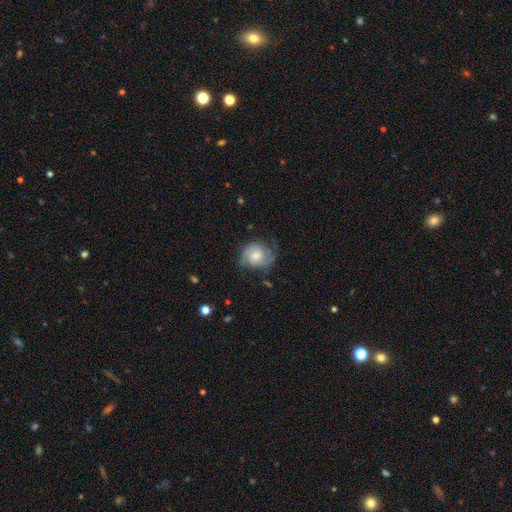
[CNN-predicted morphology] This appears to be a featured or disk galaxy (64%) with no bar (65%), 2 (73%) medium (43%) spiral arms (89%) and a moderate central bulge (58%). Merging: none (57%).